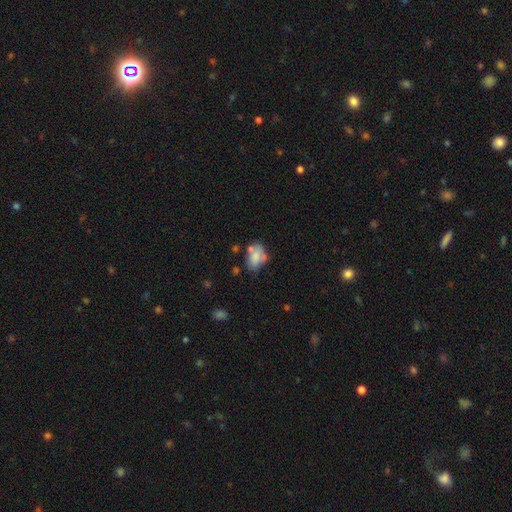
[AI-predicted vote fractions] smooth-or-featured: smooth: 67% | featured or disk: 24% | star or artifact: 9%
  how-rounded: in between: 80% | round: 19% | cigar-shaped: 1%
  merging: none: 42% | minor disturbance: 26% | merger: 21% | major disturbance: 12%